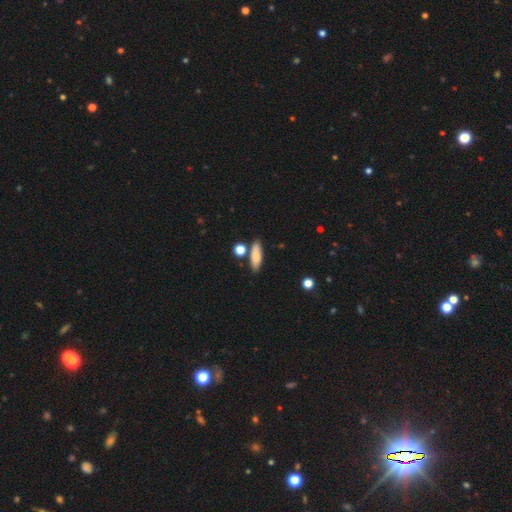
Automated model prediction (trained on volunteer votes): smooth-or-featured: smooth: 80% | featured or disk: 12% | star or artifact: 7%
  how-rounded: in between: 53% | cigar-shaped: 43% | round: 4%
  merging: none: 76% | minor disturbance: 12% | merger: 9% | major disturbance: 3%